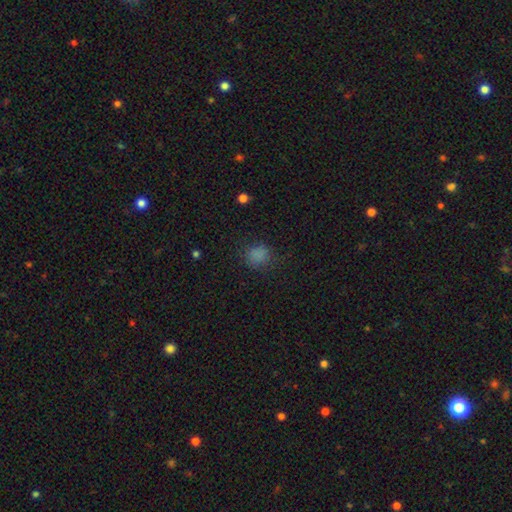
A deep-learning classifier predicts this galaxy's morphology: Smooth or featured?
  - smooth: 76% *
  - star or artifact: 19%
  - featured or disk: 5%
How rounded?
  - round: 73% *
  - in between: 26%
  - cigar-shaped: 1%
Merging?
  - none: 79% *
  - minor disturbance: 14%
  - major disturbance: 5%
  - merger: 1%